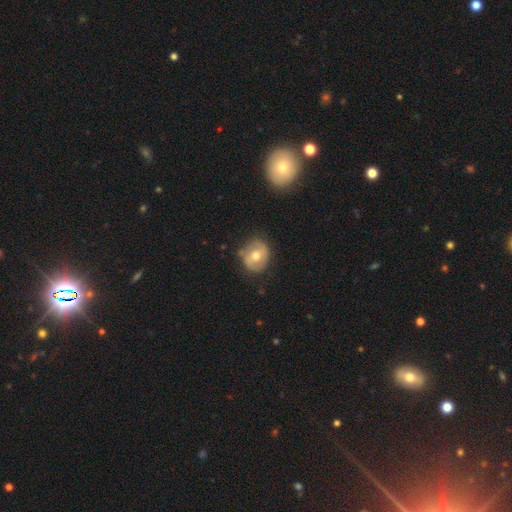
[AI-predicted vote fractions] smooth_or_featured: smooth (p=0.49) [alt: featured or disk p=0.44]
merging: none (p=0.73) [alt: minor disturbance p=0.19]